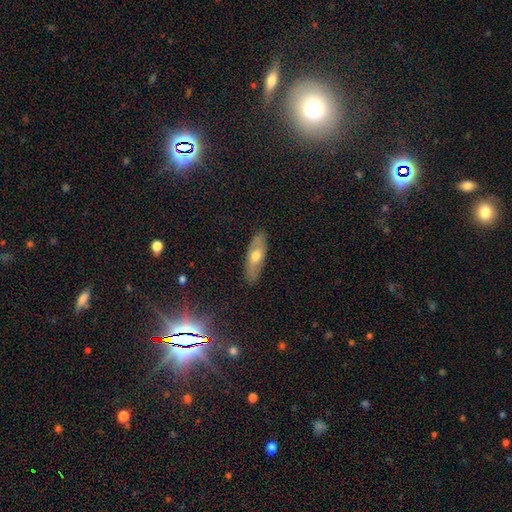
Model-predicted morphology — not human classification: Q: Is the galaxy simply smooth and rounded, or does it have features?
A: featured or disk — 47%.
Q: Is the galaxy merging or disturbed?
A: none — 85%.